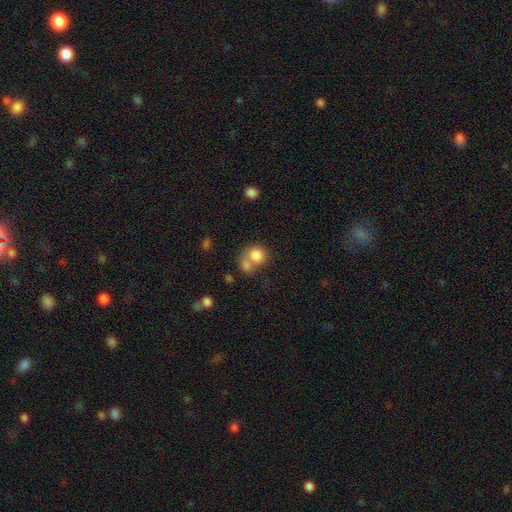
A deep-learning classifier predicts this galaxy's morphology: smooth 80%, featured or disk 10%, star or artifact 9%. Down the decision tree: how rounded — round (77%); merging — merger (52%).